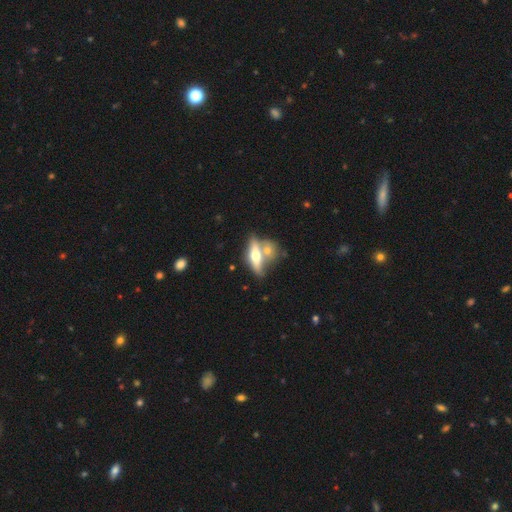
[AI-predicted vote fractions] Smooth or featured? featured or disk (50%)
Merging? none (45%)